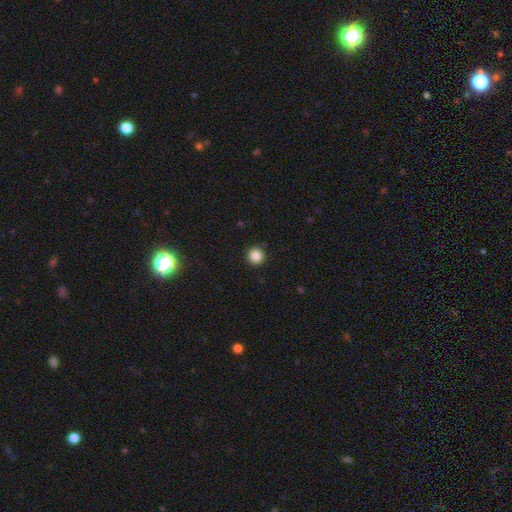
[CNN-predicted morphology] smooth_or_featured: smooth (p=0.86) [alt: star or artifact p=0.10]
how_rounded: round (p=0.95) [alt: in between p=0.04]
merging: none (p=0.92) [alt: minor disturbance p=0.05]